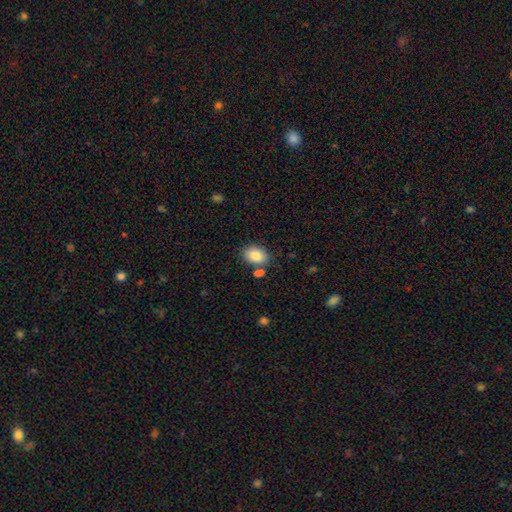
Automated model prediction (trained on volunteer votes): A smooth galaxy with no disk features (85%) that is in between round and cigar-shaped (79%).

Vote fractions:
- Smooth or featured? smooth: 85% / star or artifact: 8% / featured or disk: 8%
- How rounded? in between: 79% / round: 19% / cigar-shaped: 1%
- Merging? none: 74% / minor disturbance: 13% / merger: 10% / major disturbance: 3%